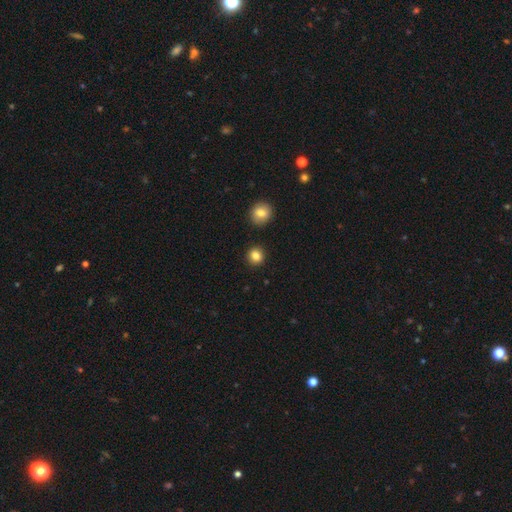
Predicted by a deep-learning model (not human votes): Q: Smooth or featured?
A: smooth (85%); runner-up: star or artifact (11%)
Q: How rounded?
A: round (91%); runner-up: in between (8%)
Q: Merging?
A: none (91%); runner-up: minor disturbance (5%)